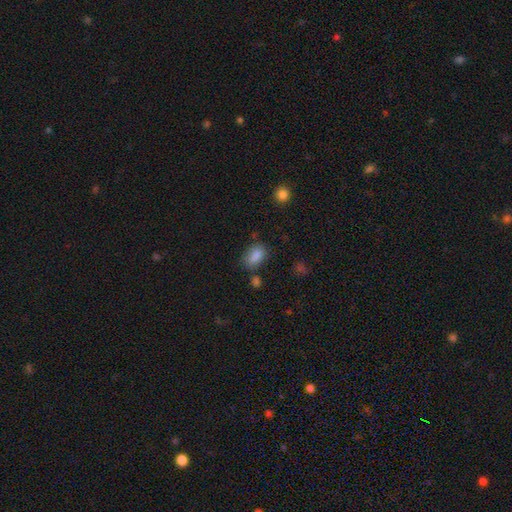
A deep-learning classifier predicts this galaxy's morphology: Smooth or featured: smooth — 84% (star or artifact — 10%)
How rounded: in between — 86% (round — 11%)
Merging: none — 65% (minor disturbance — 21%)